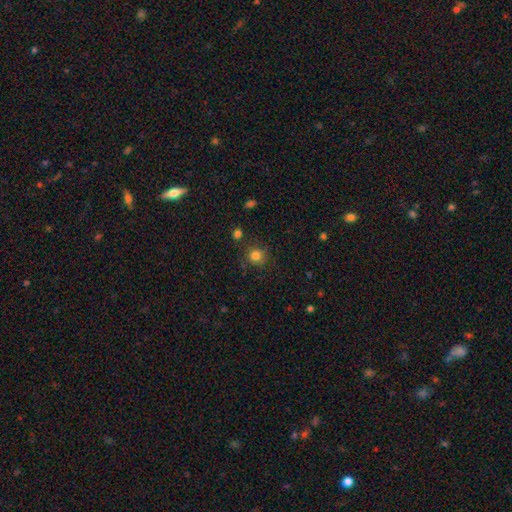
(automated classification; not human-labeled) Overall: smooth (81%). How rounded: round (90%). Merging: none (82%).